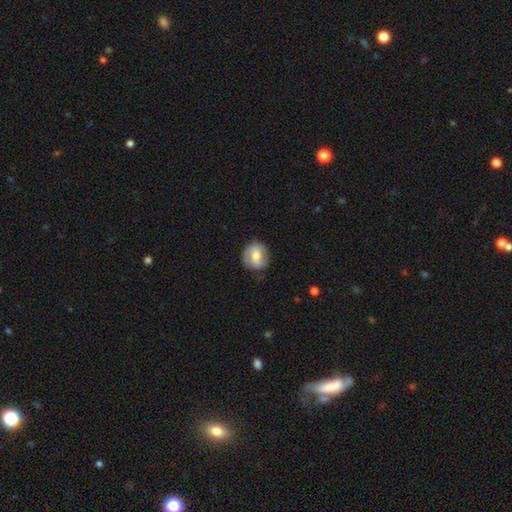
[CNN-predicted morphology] This appears to be a smooth galaxy with no disk features (55%) that is round (74%). Merging: none (74%).